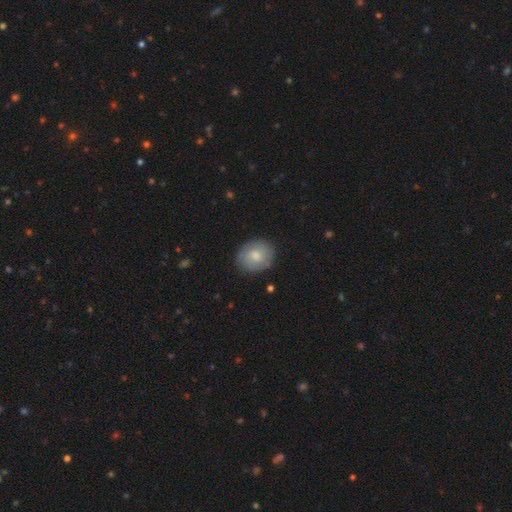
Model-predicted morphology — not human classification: Q: Smooth or featured?
A: smooth (72%); runner-up: featured or disk (22%)
Q: How rounded?
A: round (63%); runner-up: in between (36%)
Q: Merging?
A: none (85%); runner-up: minor disturbance (11%)